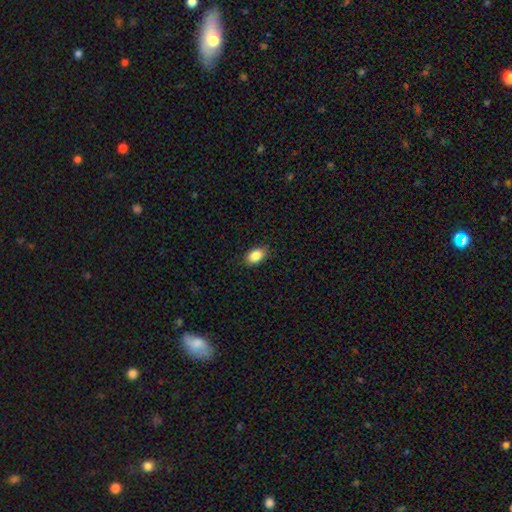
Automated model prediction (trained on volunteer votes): A smooth galaxy with no disk features (88%) that is in between round and cigar-shaped (87%).

Vote fractions:
- Smooth or featured? smooth: 88% / star or artifact: 8% / featured or disk: 4%
- How rounded? in between: 87% / round: 12% / cigar-shaped: 1%
- Merging? none: 87% / minor disturbance: 10% / major disturbance: 2% / merger: 1%